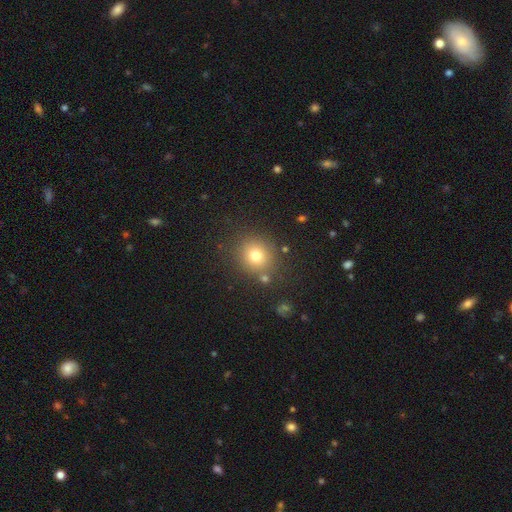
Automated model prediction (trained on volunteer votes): smooth 75%, star or artifact 15%, featured or disk 10%. Down the decision tree: how rounded — round (84%); merging — none (80%).